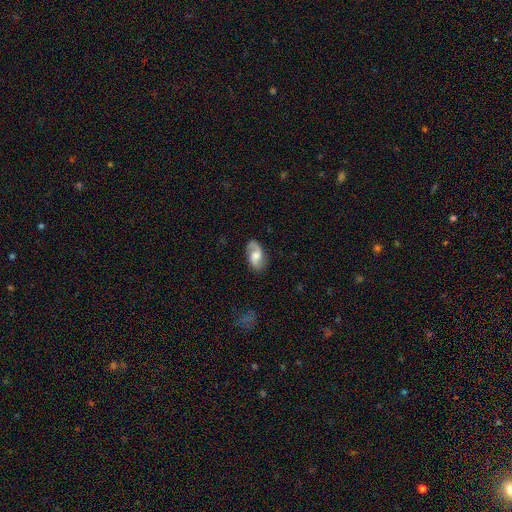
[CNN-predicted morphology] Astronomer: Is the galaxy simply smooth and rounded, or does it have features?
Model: featured or disk — 68%.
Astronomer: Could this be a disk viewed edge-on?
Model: no — 96%.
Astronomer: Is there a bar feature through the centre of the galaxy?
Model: no — 50% (runner-up: weak, 41%).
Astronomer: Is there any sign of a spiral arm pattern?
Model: yes — 93%.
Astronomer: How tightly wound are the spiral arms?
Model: loose — 53% (runner-up: medium, 36%).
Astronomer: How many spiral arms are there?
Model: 2 — 87%.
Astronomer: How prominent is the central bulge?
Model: moderate — 56%.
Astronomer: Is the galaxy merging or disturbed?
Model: none — 80%.